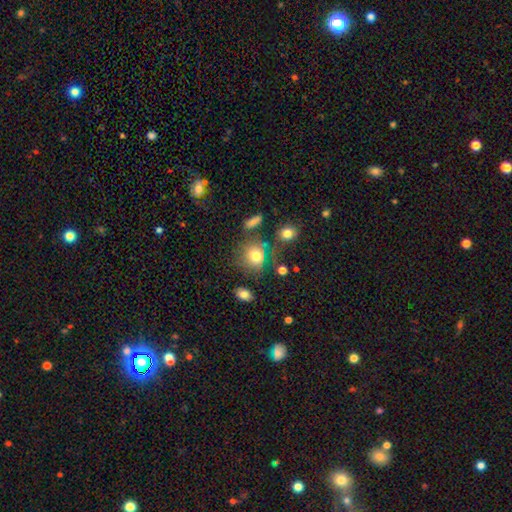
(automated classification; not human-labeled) This is likely a smooth galaxy (73%). How rounded: likely round (75%). Merging: likely none (60%).